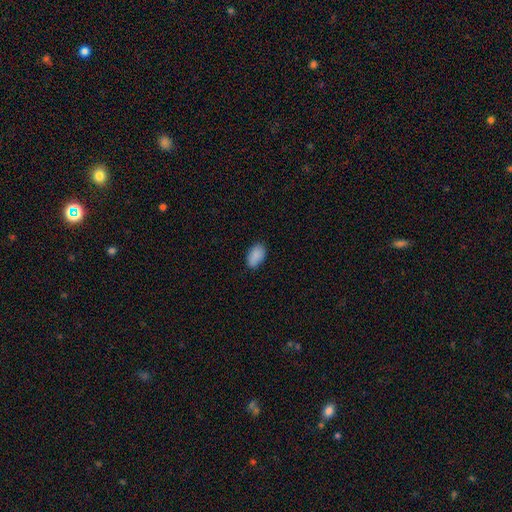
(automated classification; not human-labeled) This appears to be a smooth galaxy with no disk features (89%) that is in between round and cigar-shaped (93%). Merging: none (84%).